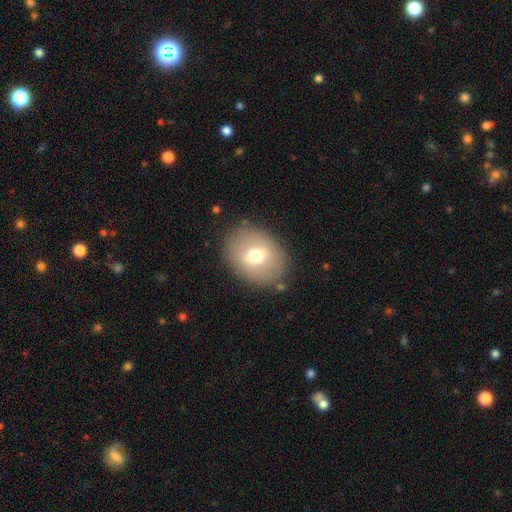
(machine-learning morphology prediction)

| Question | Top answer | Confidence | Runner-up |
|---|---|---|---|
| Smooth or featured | smooth | 63% | featured or disk (28%) |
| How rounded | in between | 58% | round (41%) |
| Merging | none | 84% | minor disturbance (10%) |